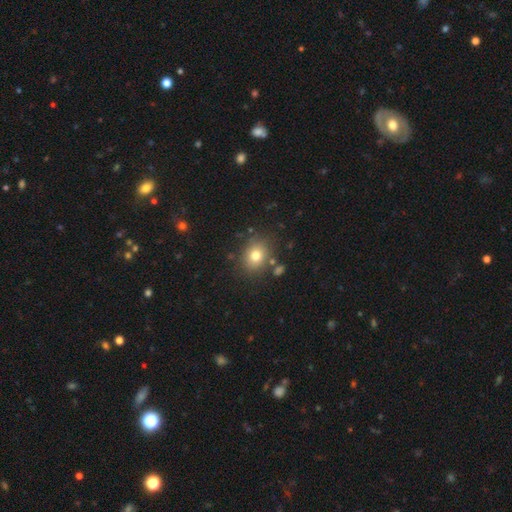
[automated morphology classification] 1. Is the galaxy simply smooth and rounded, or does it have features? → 76% smooth, 13% star or artifact, 11% featured or disk.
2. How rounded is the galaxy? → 58% round, 41% in between, 1% cigar-shaped.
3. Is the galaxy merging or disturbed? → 81% none, 11% minor disturbance, 5% merger, 4% major disturbance.